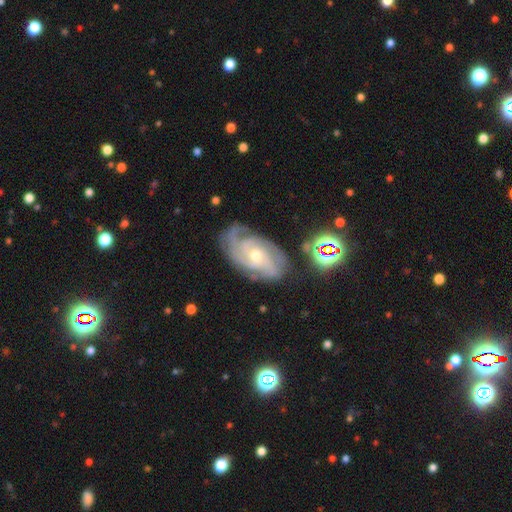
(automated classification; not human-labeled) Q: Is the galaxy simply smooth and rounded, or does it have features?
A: featured or disk — 87%.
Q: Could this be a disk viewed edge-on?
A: no — 96%.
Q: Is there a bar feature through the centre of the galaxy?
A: no — 66%.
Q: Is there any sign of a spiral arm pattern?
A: yes — 97%.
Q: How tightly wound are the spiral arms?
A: tight — 61%.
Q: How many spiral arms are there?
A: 3 — 34%.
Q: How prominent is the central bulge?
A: small — 57%.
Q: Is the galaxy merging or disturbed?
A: none — 70%.